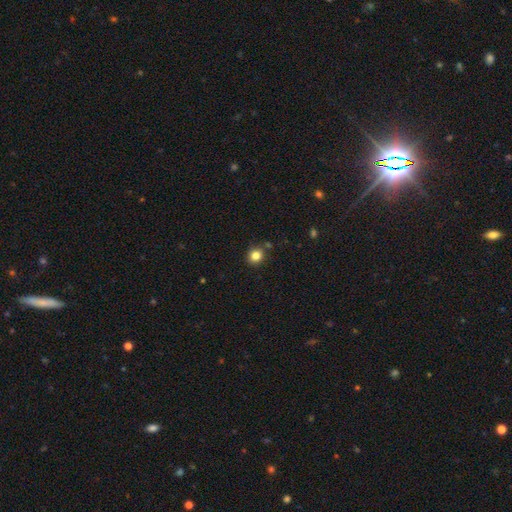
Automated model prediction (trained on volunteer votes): A smooth galaxy with no disk features (83%) that is round (86%). Merging: none (83%).